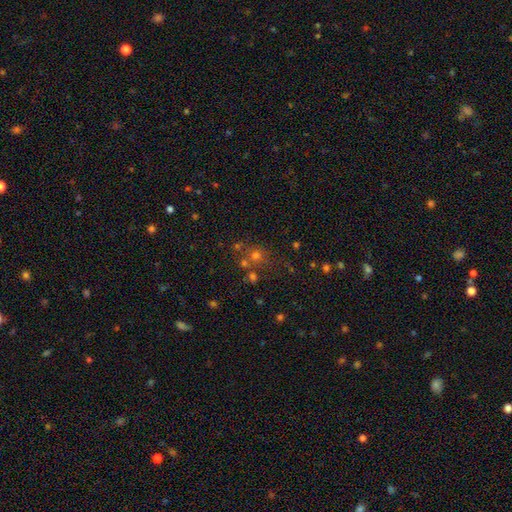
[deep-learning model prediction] A smooth galaxy with no disk features (54%) that is round (87%).

Vote fractions:
- Smooth or featured? smooth: 54% / star or artifact: 34% / featured or disk: 12%
- How rounded? round: 87% / in between: 12% / cigar-shaped: 1%
- Merging? none: 64% / merger: 20% / minor disturbance: 10% / major disturbance: 5%